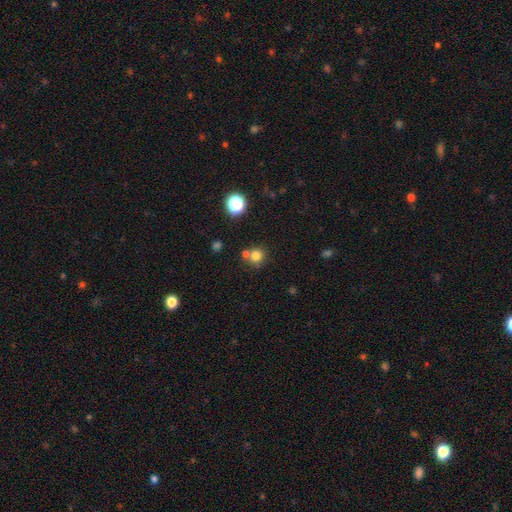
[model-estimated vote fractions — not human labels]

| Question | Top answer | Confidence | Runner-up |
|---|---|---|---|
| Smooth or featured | smooth | 78% | star or artifact (15%) |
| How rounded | round | 89% | in between (10%) |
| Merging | none | 63% | merger (25%) |